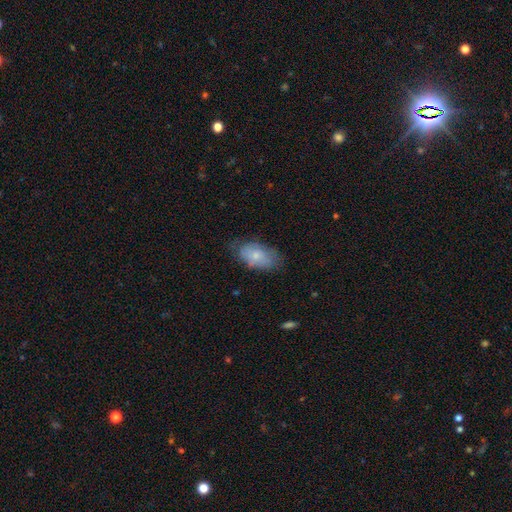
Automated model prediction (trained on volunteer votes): This is likely a smooth galaxy (71%). How rounded: clearly in between (92%). Merging: likely none (64%).